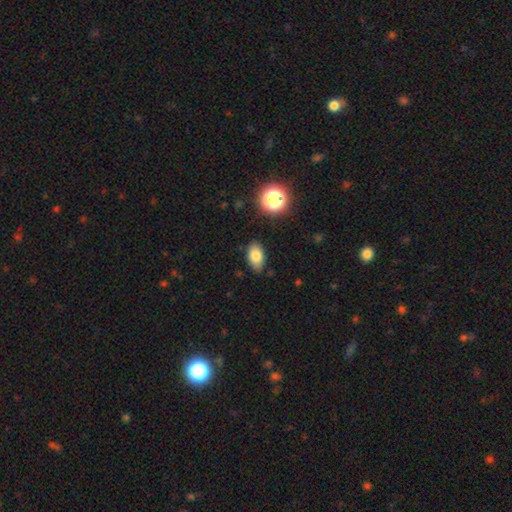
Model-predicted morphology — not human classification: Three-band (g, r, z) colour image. It shows a smooth galaxy with no disk features (81%) that is in between round and cigar-shaped (89%). Merging: none (80%).